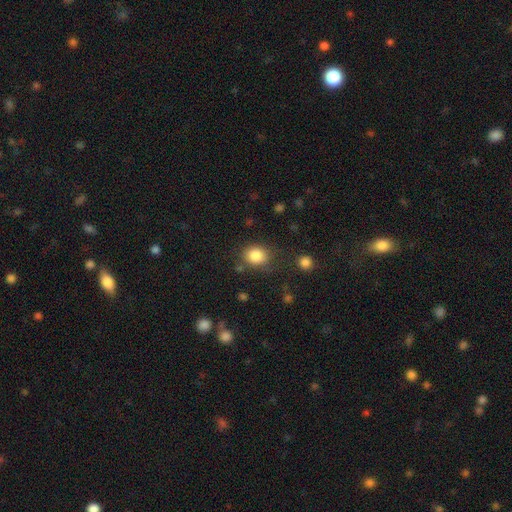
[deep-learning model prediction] A smooth galaxy with no disk features (85%) that is round (63%).

Vote fractions:
- Smooth or featured? smooth: 85% / star or artifact: 10% / featured or disk: 5%
- How rounded? round: 63% / in between: 36% / cigar-shaped: 1%
- Merging? none: 74% / minor disturbance: 16% / major disturbance: 6% / merger: 5%